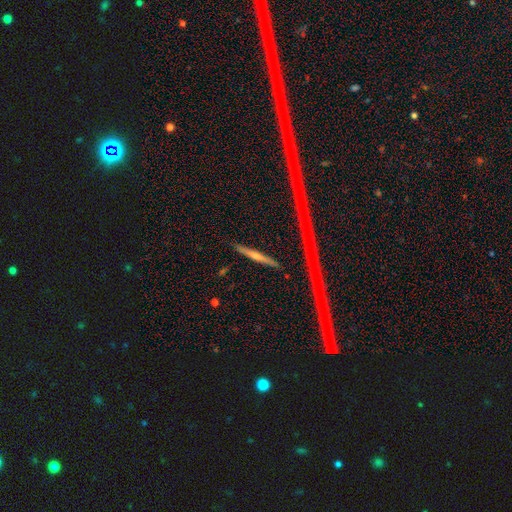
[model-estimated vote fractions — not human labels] This is possibly a featured or disk galaxy (54%). It is clearly viewed edge-on (93%). Edge-on bulge: possibly rounded (49%). Merging: clearly none (88%).